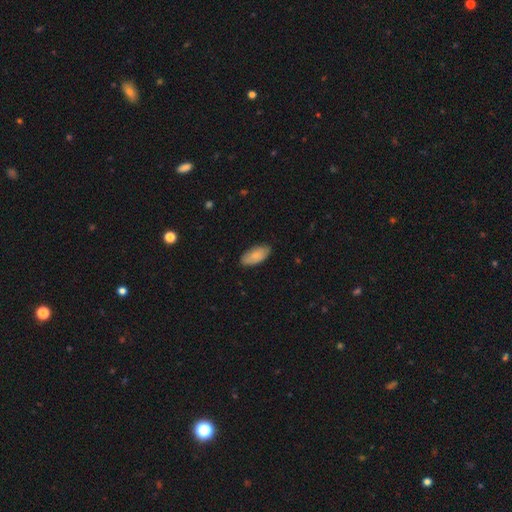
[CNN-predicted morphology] Smooth or featured: smooth — 77% (featured or disk — 17%)
How rounded: in between — 92% (cigar-shaped — 5%)
Merging: none — 82% (minor disturbance — 15%)